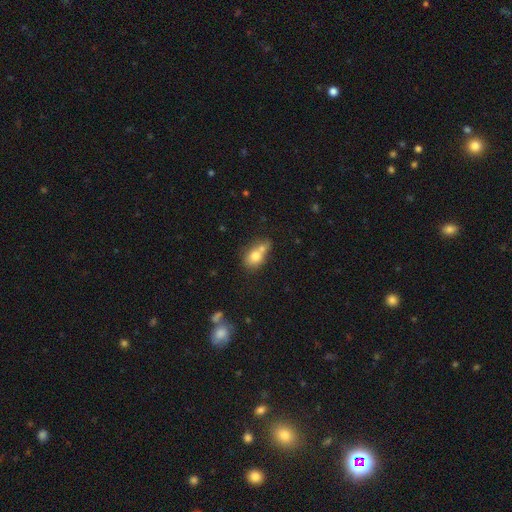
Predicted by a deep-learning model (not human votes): Smooth or featured?
  - smooth: 73% *
  - featured or disk: 18%
  - star or artifact: 9%
How rounded?
  - in between: 62% *
  - round: 35%
  - cigar-shaped: 3%
Merging?
  - merger: 52% *
  - none: 29%
  - minor disturbance: 13%
  - major disturbance: 6%